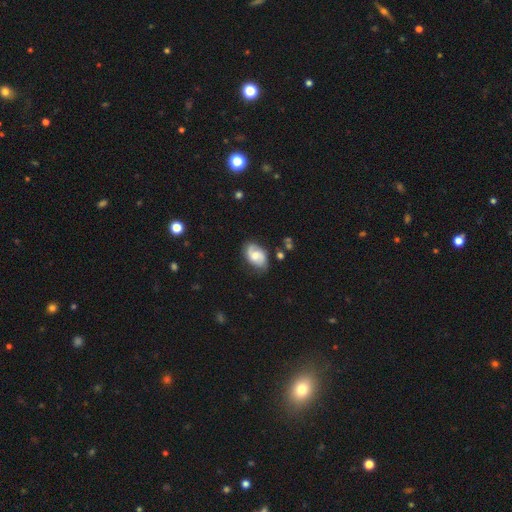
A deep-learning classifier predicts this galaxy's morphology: Q: Smooth or featured?
A: featured or disk (59%); runner-up: smooth (34%)
Q: Edge-on disk?
A: no (96%); runner-up: yes (4%)
Q: Bar?
A: no (57%); runner-up: weak (36%)
Q: Spiral arms?
A: yes (89%); runner-up: no (11%)
Q: Spiral winding?
A: medium (42%); runner-up: loose (31%)
Q: Spiral arm count?
A: 2 (81%); runner-up: can't tell (10%)
Q: Bulge size?
A: moderate (56%); runner-up: small (27%)
Q: Merging?
A: none (72%); runner-up: minor disturbance (20%)